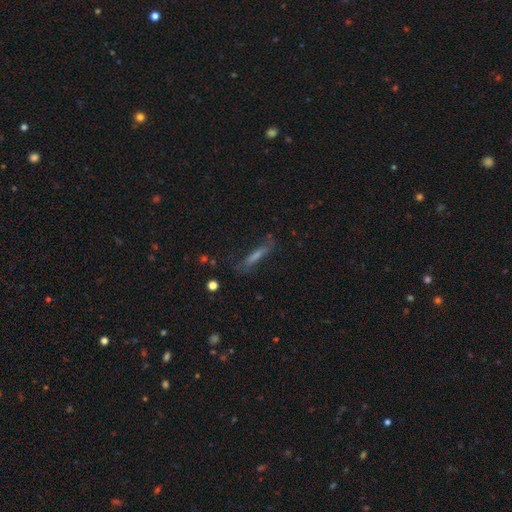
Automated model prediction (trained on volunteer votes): Q: Smooth or featured?
A: smooth (42%); runner-up: featured or disk (40%)
Q: Merging?
A: none (67%); runner-up: minor disturbance (19%)